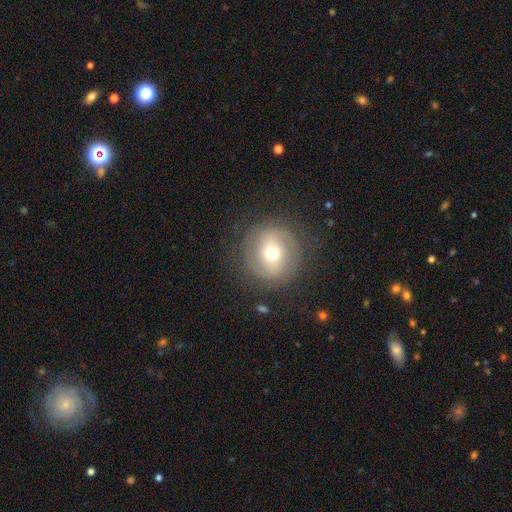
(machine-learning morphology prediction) The model was most divided on "smooth or featured": featured or disk: 44%, smooth: 41%, star or artifact: 15%. More confident: merging — none (84%).